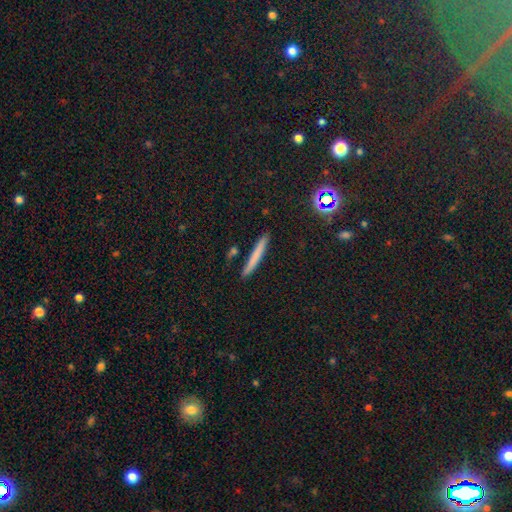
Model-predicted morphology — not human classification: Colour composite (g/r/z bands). It shows a smooth galaxy with no disk features (68%) that is cigar-shaped (96%). Merging: none (88%).